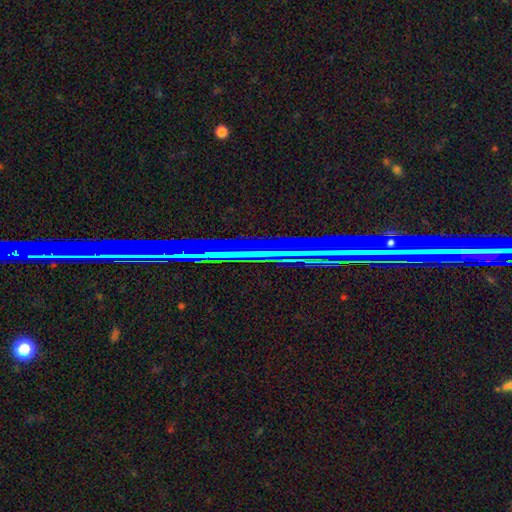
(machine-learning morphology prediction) Smooth or featured? Predicted: star or artifact (p=0.80).